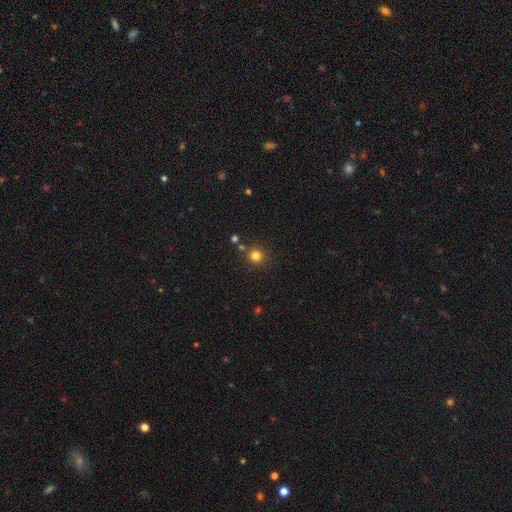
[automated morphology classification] Smooth or featured? Predicted: smooth (p=0.79). How rounded? Predicted: round (p=0.93). Merging? Predicted: none (p=0.82).